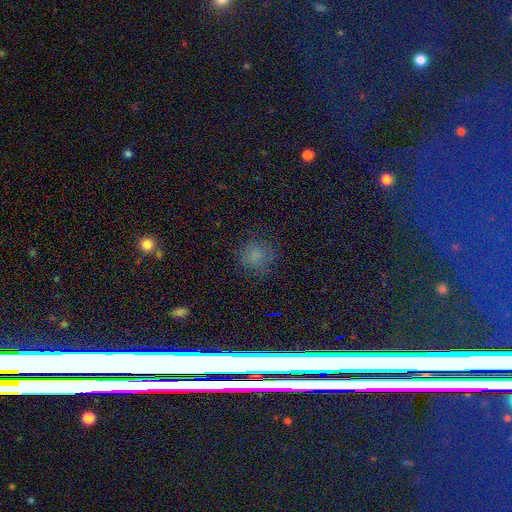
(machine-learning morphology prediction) The model was most divided on "smooth or featured": smooth: 66%, star or artifact: 25%, featured or disk: 9%. More confident: how rounded — round (84%); merging — none (78%).